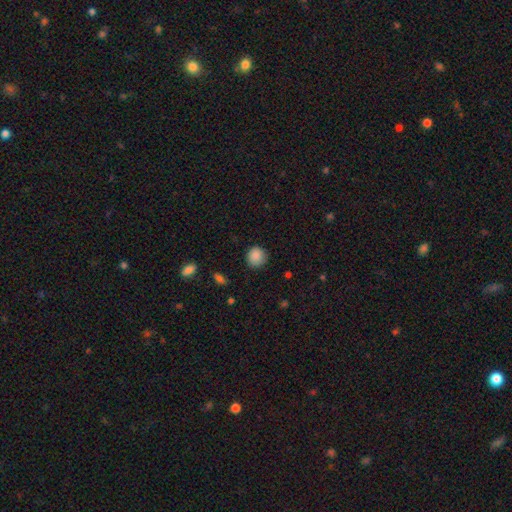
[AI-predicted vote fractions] Smooth or featured?
  - smooth: 87% *
  - star or artifact: 9%
  - featured or disk: 4%
How rounded?
  - round: 89% *
  - in between: 10%
  - cigar-shaped: 1%
Merging?
  - none: 84% *
  - minor disturbance: 12%
  - major disturbance: 3%
  - merger: 1%